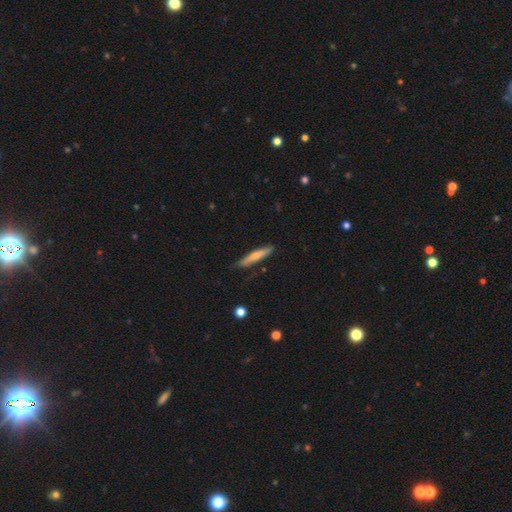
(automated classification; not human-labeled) smooth 59%, featured or disk 35%, star or artifact 5%. Down the decision tree: how rounded — cigar-shaped (90%); merging — none (79%).